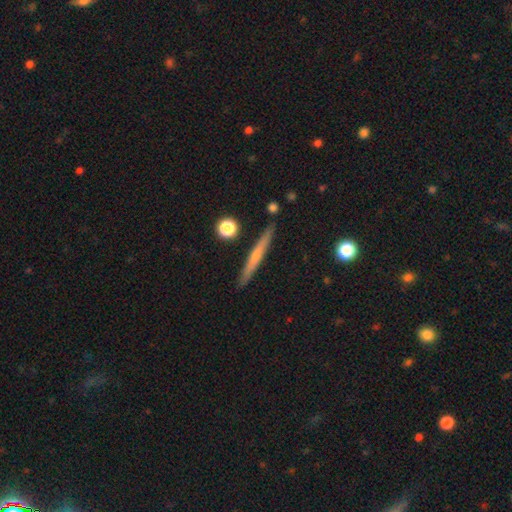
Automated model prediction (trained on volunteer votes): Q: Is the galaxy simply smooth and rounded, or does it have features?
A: featured or disk — 56%.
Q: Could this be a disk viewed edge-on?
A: yes — 97%.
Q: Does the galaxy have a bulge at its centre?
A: rounded — 48%.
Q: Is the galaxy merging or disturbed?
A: none — 90%.